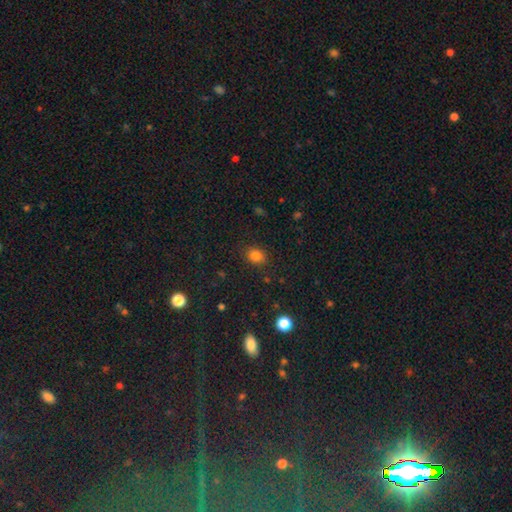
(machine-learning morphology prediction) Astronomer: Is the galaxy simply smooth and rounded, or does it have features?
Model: smooth — 81%.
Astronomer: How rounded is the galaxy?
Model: round — 54% (runner-up: in between, 45%).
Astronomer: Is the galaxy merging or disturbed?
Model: none — 84%.